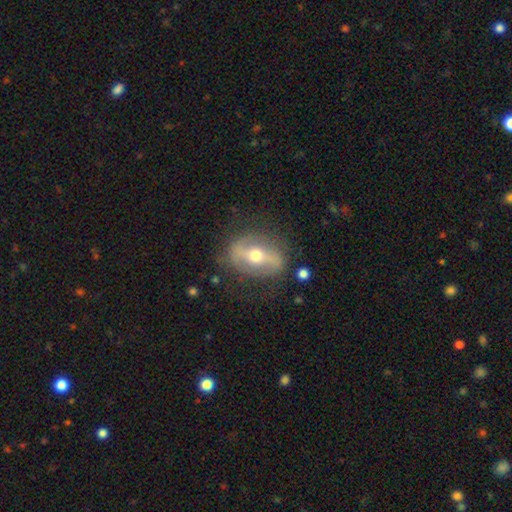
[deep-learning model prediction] Smooth or featured? Predicted: featured or disk (p=0.70). Edge-on disk? Predicted: no (p=0.83). Bar? Predicted: strong (p=0.60). Spiral arms? Predicted: no (p=0.52). Bulge size? Predicted: moderate (p=0.75). Merging? Predicted: none (p=0.76).